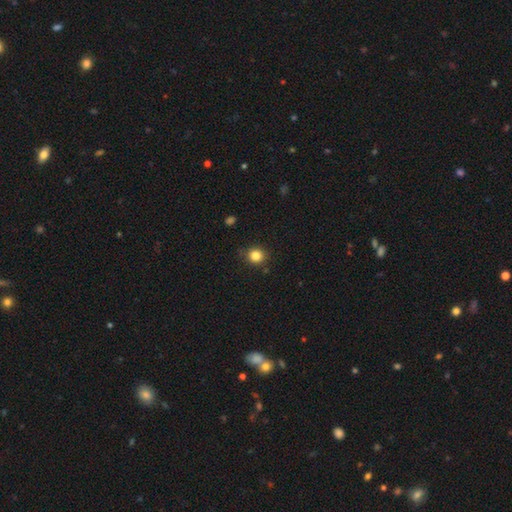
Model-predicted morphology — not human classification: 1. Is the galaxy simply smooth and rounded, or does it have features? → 84% smooth, 12% star or artifact, 5% featured or disk.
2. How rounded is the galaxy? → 86% round, 13% in between, 1% cigar-shaped.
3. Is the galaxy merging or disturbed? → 85% none, 11% minor disturbance, 3% major disturbance, 2% merger.